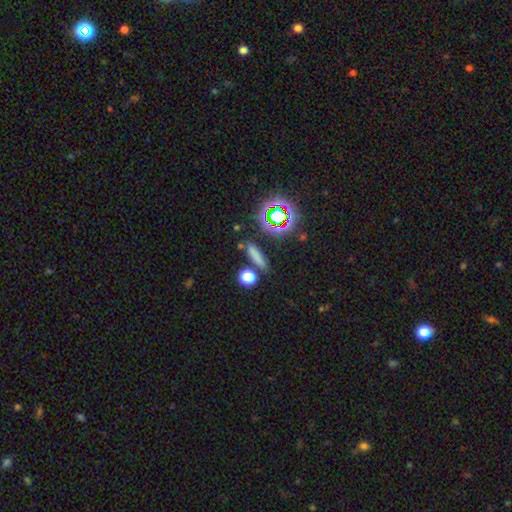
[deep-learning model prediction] A smooth galaxy with no disk features (72%) that is cigar-shaped (63%). Merging: none (82%).